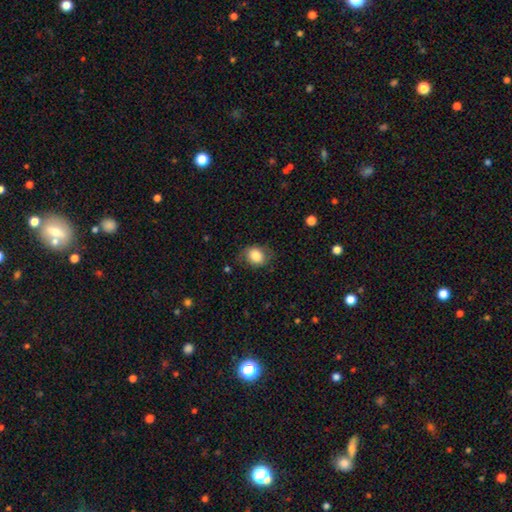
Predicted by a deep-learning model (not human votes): A smooth galaxy with no disk features (82%) that is in between round and cigar-shaped (50%). Merging: none (70%).